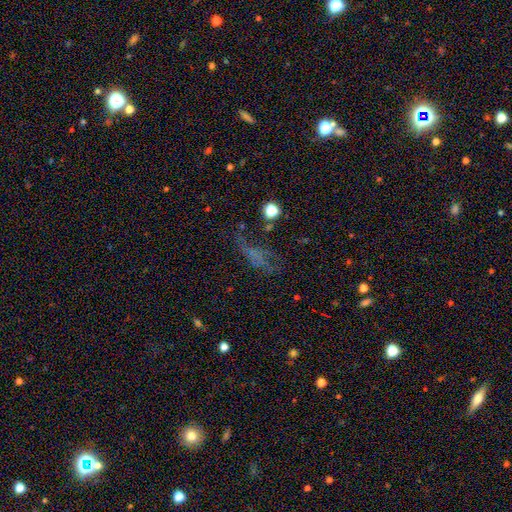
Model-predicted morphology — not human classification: Smooth or featured? Predicted: smooth (p=0.38). Merging? Predicted: none (p=0.40).